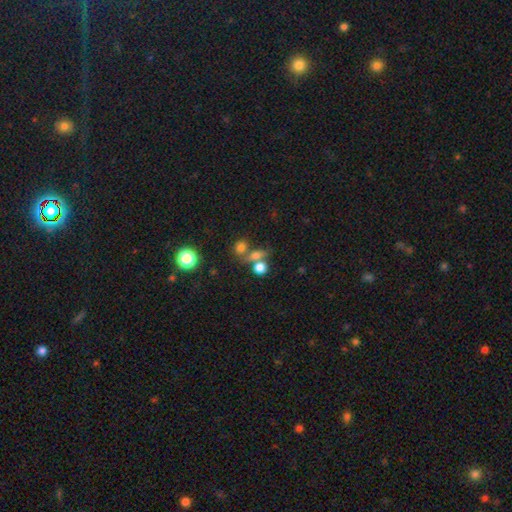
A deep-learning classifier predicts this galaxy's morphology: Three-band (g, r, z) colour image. It shows a smooth galaxy with no disk features (70%) that is round (55%). Merging: none (44%).